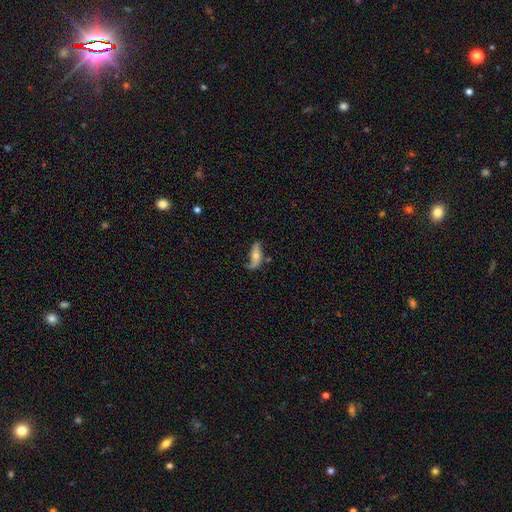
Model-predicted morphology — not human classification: Overall: featured or disk (56%; smooth 37%). Edge-on disk: no (81%). Merging: none (56%; minor disturbance 27%).